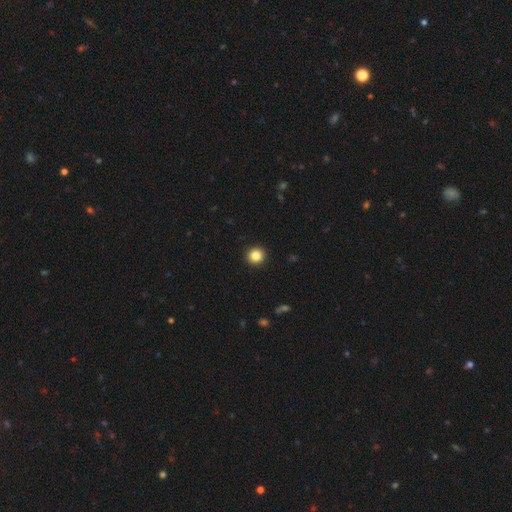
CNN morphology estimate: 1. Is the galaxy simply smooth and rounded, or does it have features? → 85% smooth, 10% star or artifact, 4% featured or disk.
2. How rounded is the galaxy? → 94% round, 5% in between, 1% cigar-shaped.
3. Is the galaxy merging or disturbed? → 94% none, 4% minor disturbance, 1% major disturbance, 1% merger.